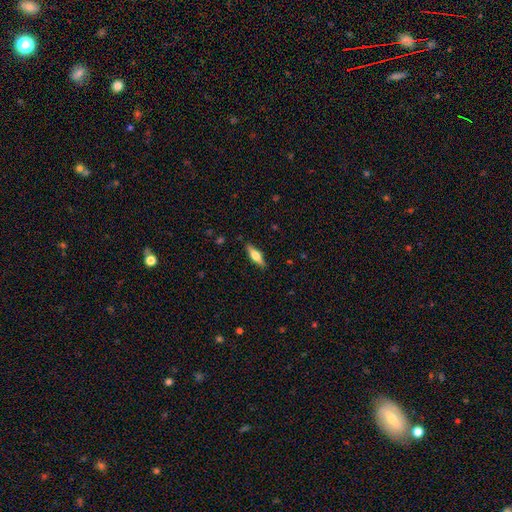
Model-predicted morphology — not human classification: Smooth or featured: featured or disk — 51% (smooth — 43%)
Edge-on disk: yes — 94% (no — 6%)
Merging: none — 88% (minor disturbance — 9%)